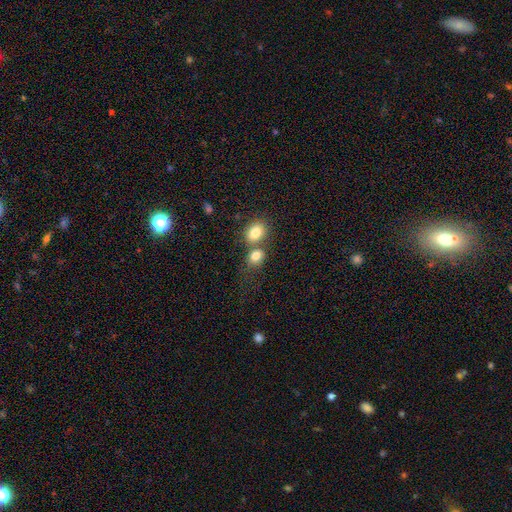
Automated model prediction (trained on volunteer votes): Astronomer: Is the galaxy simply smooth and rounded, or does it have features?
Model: smooth — 81%.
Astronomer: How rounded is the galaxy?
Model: round — 52% (runner-up: in between, 47%).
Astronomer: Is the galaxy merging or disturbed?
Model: merger — 46% (runner-up: none, 41%).